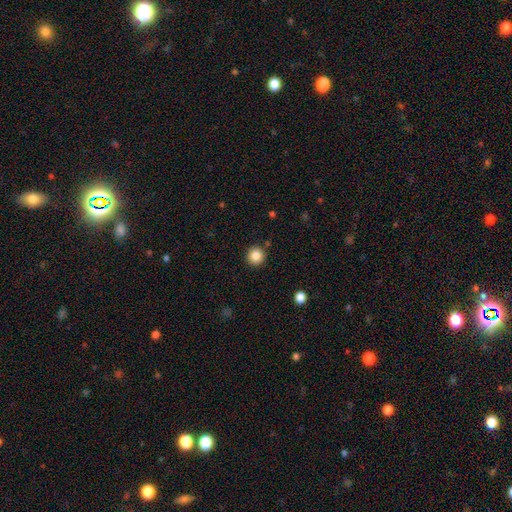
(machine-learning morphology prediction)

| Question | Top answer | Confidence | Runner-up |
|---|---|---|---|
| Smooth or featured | smooth | 85% | star or artifact (10%) |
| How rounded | round | 94% | in between (5%) |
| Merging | none | 90% | minor disturbance (6%) |